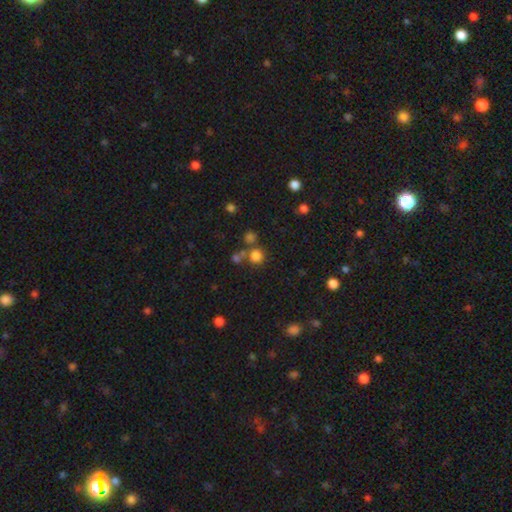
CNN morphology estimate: Q: Smooth or featured?
A: smooth (75%); runner-up: star or artifact (18%)
Q: How rounded?
A: round (91%); runner-up: in between (8%)
Q: Merging?
A: none (67%); runner-up: merger (21%)